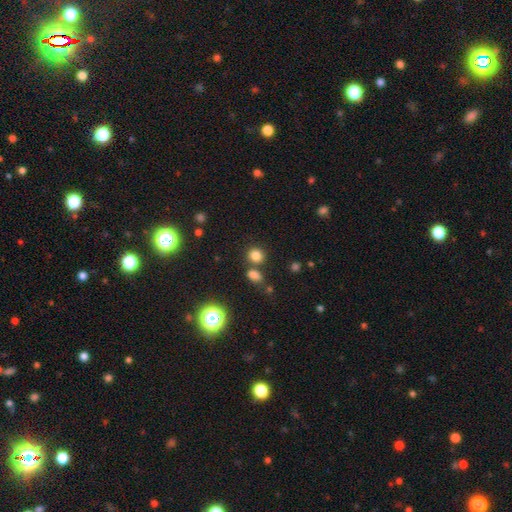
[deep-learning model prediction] A smooth galaxy with no disk features (79%) that is round (81%). Merging: none (72%).